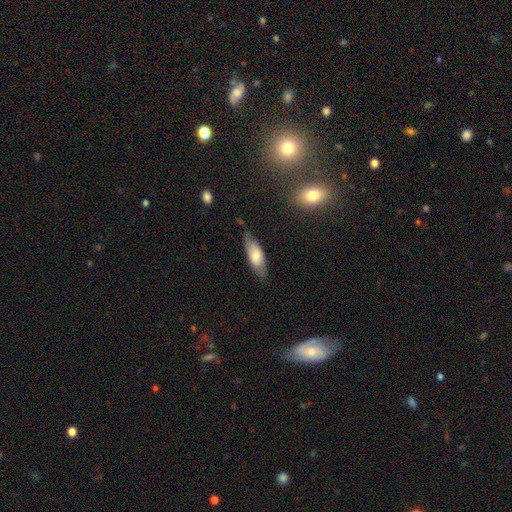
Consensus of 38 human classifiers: Smooth or featured? 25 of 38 (66%) said smooth. How rounded? 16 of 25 (64%) said in between. Merging? 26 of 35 (74%) said none.